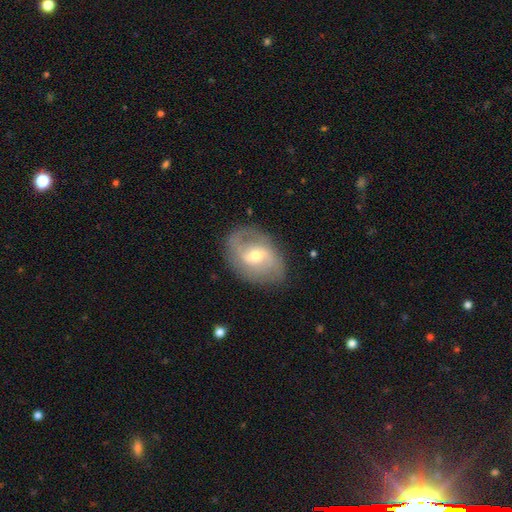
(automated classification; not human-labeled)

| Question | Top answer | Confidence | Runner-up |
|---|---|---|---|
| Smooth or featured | featured or disk | 76% | smooth (17%) |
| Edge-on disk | no | 96% | yes (4%) |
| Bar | weak | 51% | no (32%) |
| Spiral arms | yes | 88% | no (12%) |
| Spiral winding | medium | 45% | tight (28%) |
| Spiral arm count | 2 | 73% | can't tell (14%) |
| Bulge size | moderate | 54% | small (42%) |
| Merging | none | 77% | minor disturbance (16%) |